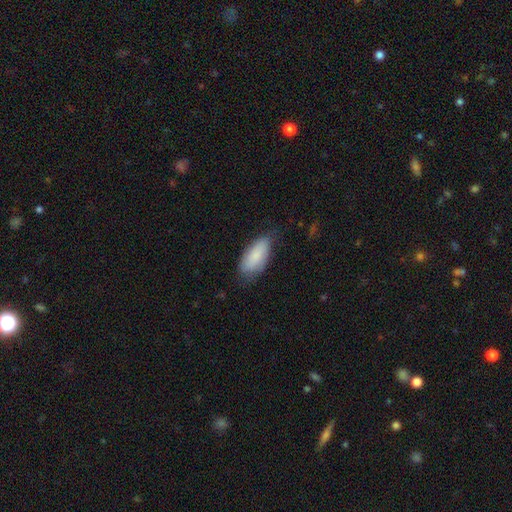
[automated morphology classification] Smooth or featured?
  - smooth: 82% *
  - featured or disk: 12%
  - star or artifact: 6%
How rounded?
  - in between: 87% *
  - cigar-shaped: 11%
  - round: 2%
Merging?
  - none: 64% *
  - minor disturbance: 29%
  - major disturbance: 6%
  - merger: 1%